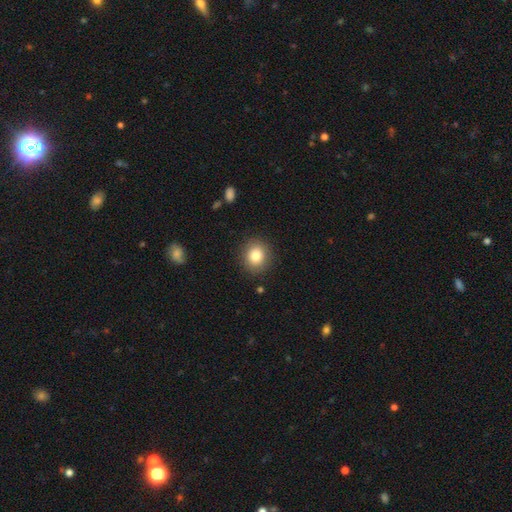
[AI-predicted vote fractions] Smooth or featured: smooth — 82% (star or artifact — 10%)
How rounded: round — 77% (in between — 22%)
Merging: none — 89% (minor disturbance — 8%)